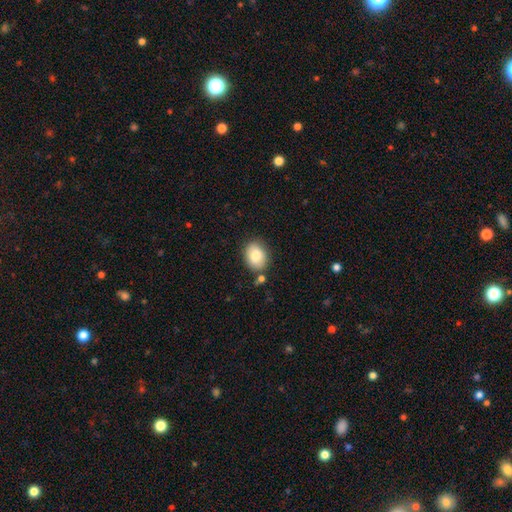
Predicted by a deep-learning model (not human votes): Q: Smooth or featured?
A: smooth (80%); runner-up: featured or disk (11%)
Q: How rounded?
A: in between (61%); runner-up: round (38%)
Q: Merging?
A: none (79%); runner-up: minor disturbance (12%)